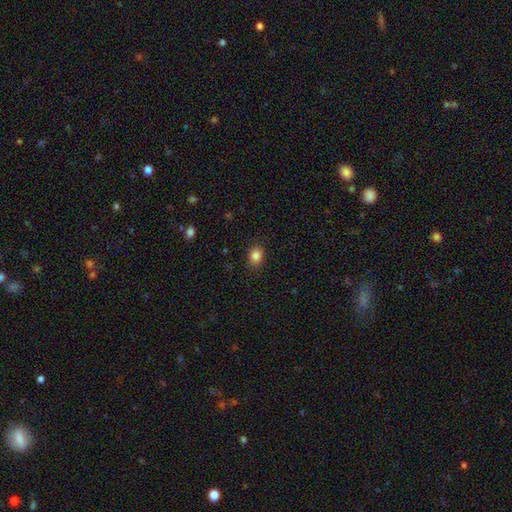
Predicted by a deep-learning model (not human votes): Overall: smooth (85%). How rounded: round (53%; in between 46%). Merging: none (87%).